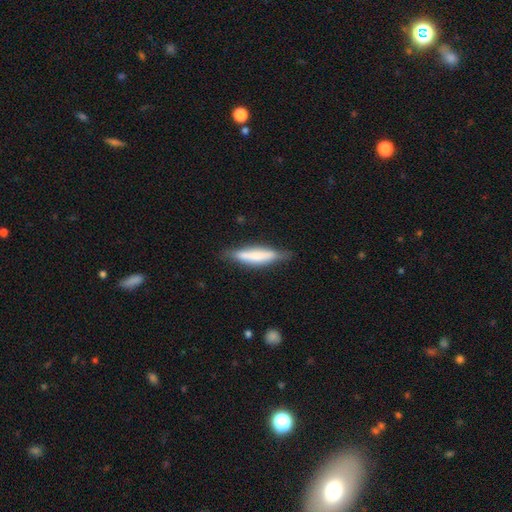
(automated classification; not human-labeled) Q: Smooth or featured?
A: smooth (59%); runner-up: featured or disk (35%)
Q: How rounded?
A: cigar-shaped (77%); runner-up: in between (21%)
Q: Merging?
A: none (73%); runner-up: minor disturbance (20%)